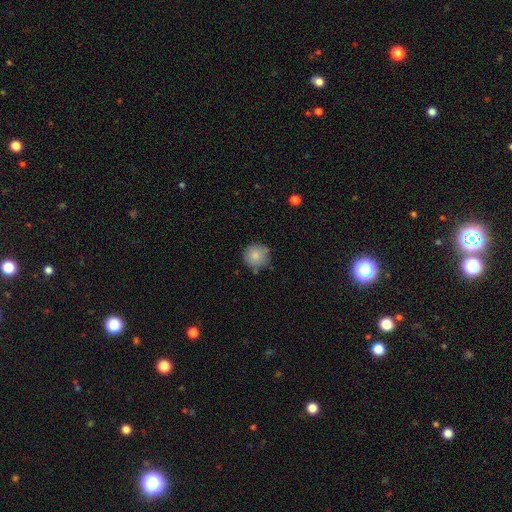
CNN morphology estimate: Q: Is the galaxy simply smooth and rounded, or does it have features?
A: smooth — 84%.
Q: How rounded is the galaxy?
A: round — 94%.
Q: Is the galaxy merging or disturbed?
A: none — 79%.